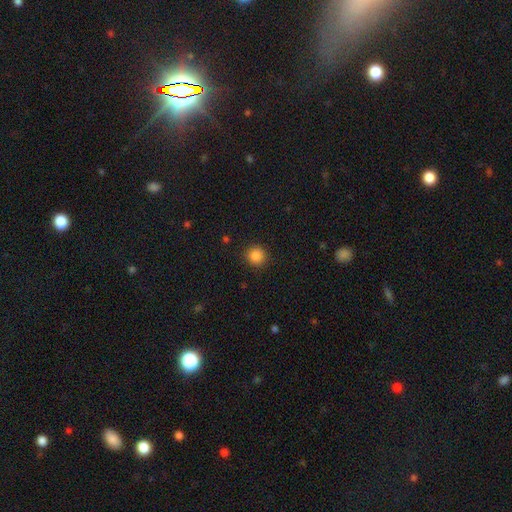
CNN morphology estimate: This appears to be a smooth galaxy with no disk features (86%) that is round (93%). Merging: none (90%).